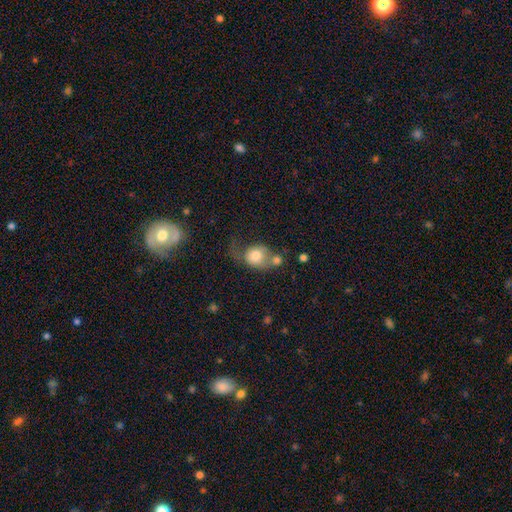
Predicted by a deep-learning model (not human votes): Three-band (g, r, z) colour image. It shows a smooth galaxy with no disk features (72%) that is round (61%). Merging: merger (32%).